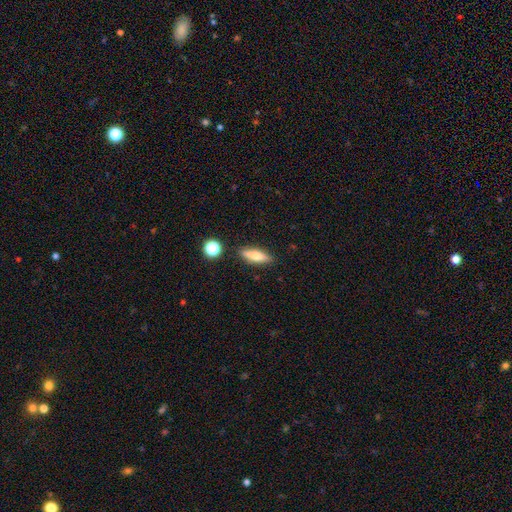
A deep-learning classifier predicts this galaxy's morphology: smooth-or-featured: smooth: 60% | featured or disk: 33% | star or artifact: 8%
  how-rounded: cigar-shaped: 56% | in between: 41% | round: 4%
  merging: none: 86% | minor disturbance: 9% | merger: 3% | major disturbance: 2%